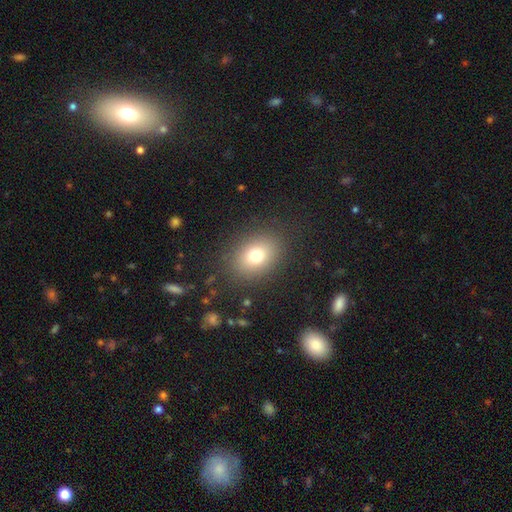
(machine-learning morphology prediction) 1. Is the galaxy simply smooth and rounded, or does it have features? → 75% smooth, 13% star or artifact, 11% featured or disk.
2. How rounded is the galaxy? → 55% in between, 44% round, 1% cigar-shaped.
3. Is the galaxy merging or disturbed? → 86% none, 8% minor disturbance, 4% major disturbance, 1% merger.